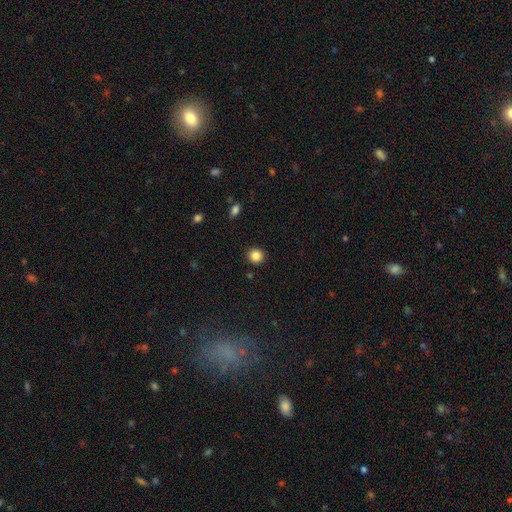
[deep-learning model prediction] This appears to be a smooth galaxy with no disk features (85%) that is round (91%). Merging: none (92%).